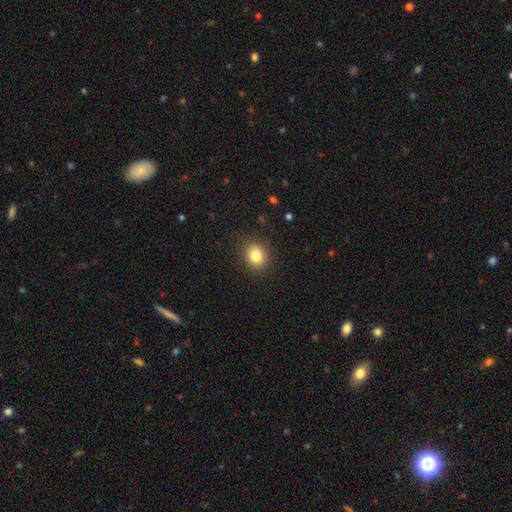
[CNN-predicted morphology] type=smooth (83%); roundness=round (67%); merging=none (88%).